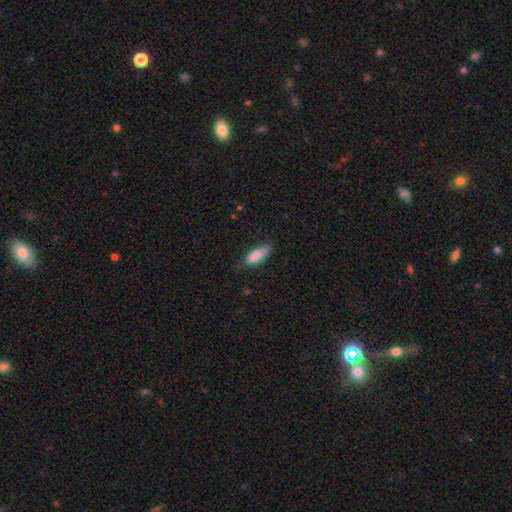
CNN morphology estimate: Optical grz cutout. It shows a smooth galaxy with no disk features (87%) that is in between round and cigar-shaped (69%). Merging: none (71%).